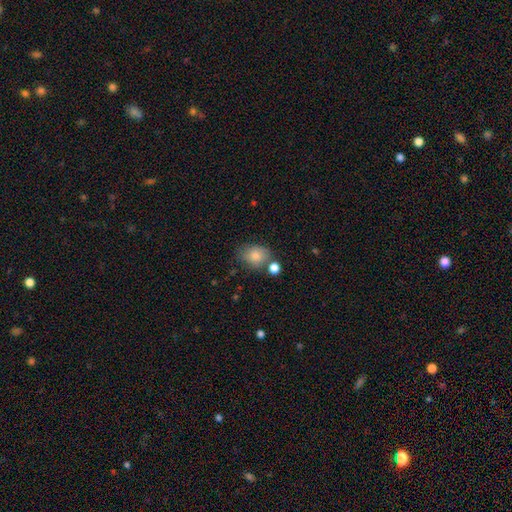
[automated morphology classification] smooth 81%, featured or disk 10%, star or artifact 9%. Down the decision tree: how rounded — in between (59%); merging — none (60%).